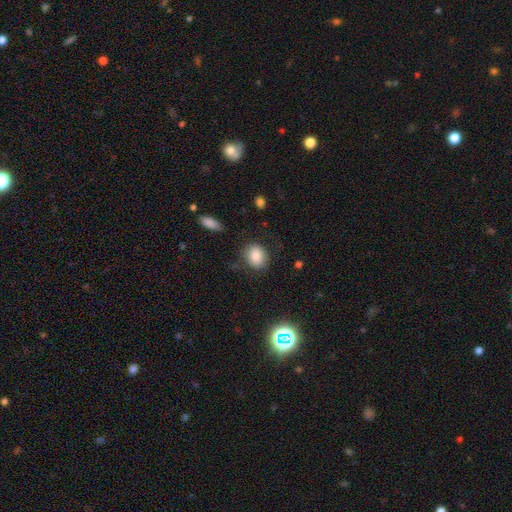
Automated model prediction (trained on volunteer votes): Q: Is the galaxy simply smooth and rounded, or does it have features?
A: smooth — 83%.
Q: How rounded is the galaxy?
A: round — 50%.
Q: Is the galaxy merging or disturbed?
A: none — 75%.